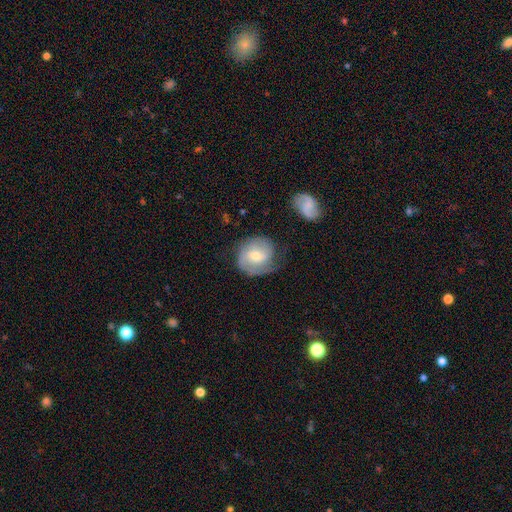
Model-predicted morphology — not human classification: smooth_or_featured: featured or disk (p=0.62) [alt: smooth p=0.31]
disk_edge_on: no (p=0.97) [alt: yes p=0.03]
bar: weak (p=0.46) [alt: no p=0.43]
has_spiral_arms: yes (p=0.89) [alt: no p=0.11]
spiral_winding: medium (p=0.43) [alt: tight p=0.35]
spiral_arm_count: 2 (p=0.64) [alt: can't tell p=0.16]
bulge_size: moderate (p=0.52) [alt: small p=0.43]
merging: none (p=0.63) [alt: minor disturbance p=0.24]